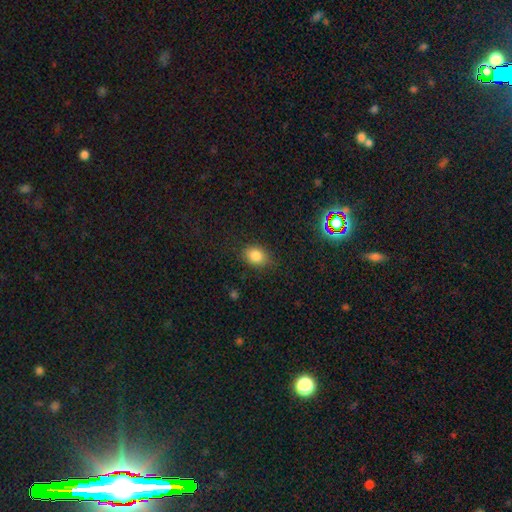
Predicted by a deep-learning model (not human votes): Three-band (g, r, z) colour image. It shows a smooth galaxy with no disk features (82%) that is in between round and cigar-shaped (62%). Merging: none (79%).